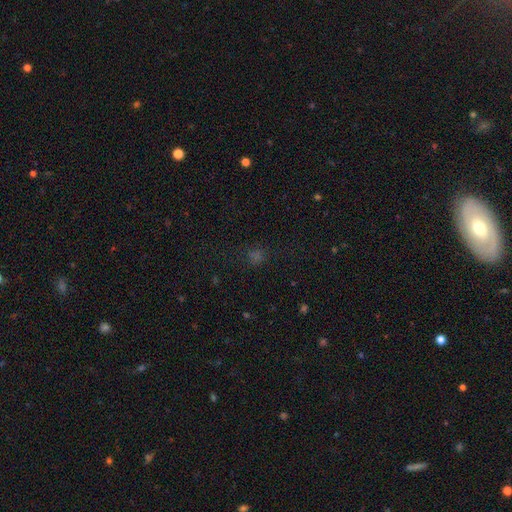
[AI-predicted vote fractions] Smooth or featured? smooth (49%)
Merging? none (78%)